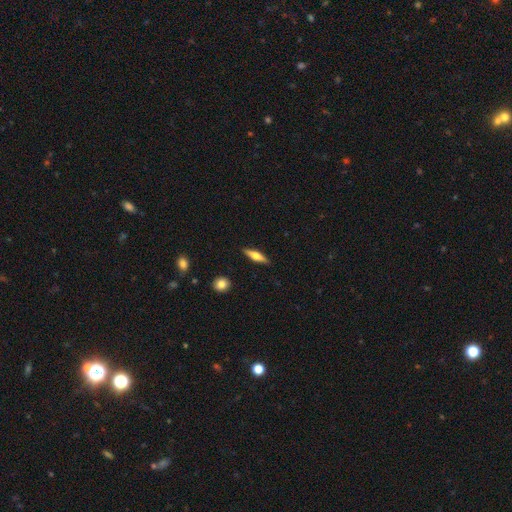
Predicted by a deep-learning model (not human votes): Smooth or featured?
  - smooth: 50% *
  - featured or disk: 44%
  - star or artifact: 6%
How rounded?
  - cigar-shaped: 69% *
  - in between: 28%
  - round: 3%
Merging?
  - none: 89% *
  - minor disturbance: 8%
  - major disturbance: 2%
  - merger: 1%